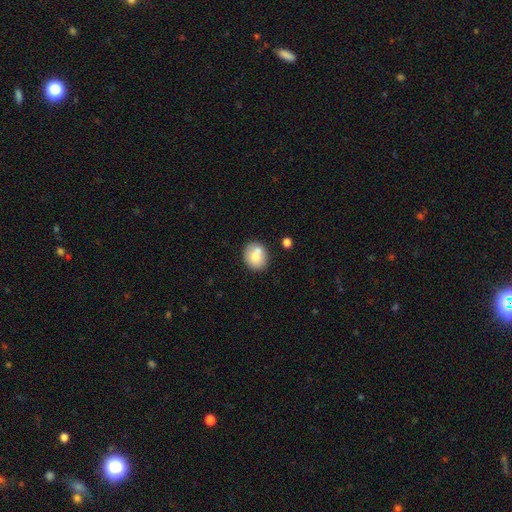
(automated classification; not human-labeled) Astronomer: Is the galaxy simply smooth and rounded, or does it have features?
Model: smooth — 74%.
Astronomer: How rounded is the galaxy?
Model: round — 65%.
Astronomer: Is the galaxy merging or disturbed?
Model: none — 62%.